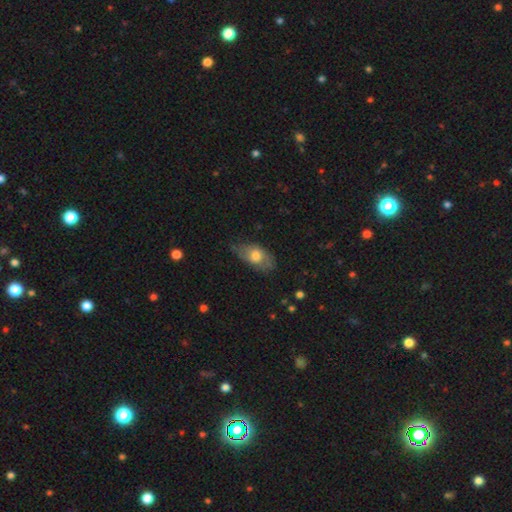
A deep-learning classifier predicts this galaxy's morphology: Overall: smooth (62%; featured or disk 31%). How rounded: in between (88%). Merging: none (57%; minor disturbance 31%).